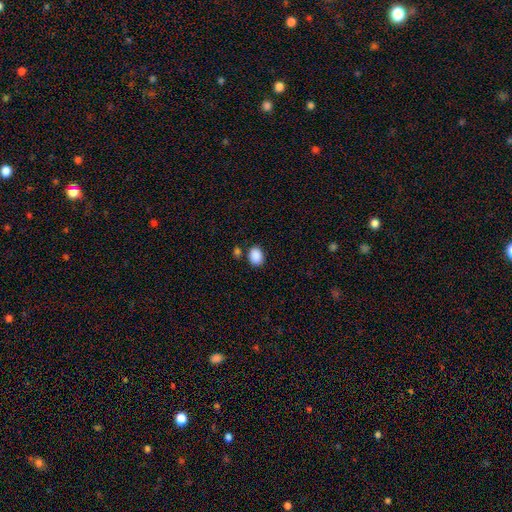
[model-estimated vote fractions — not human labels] Overall: smooth (89%). How rounded: in between (66%; round 33%). Merging: none (79%).